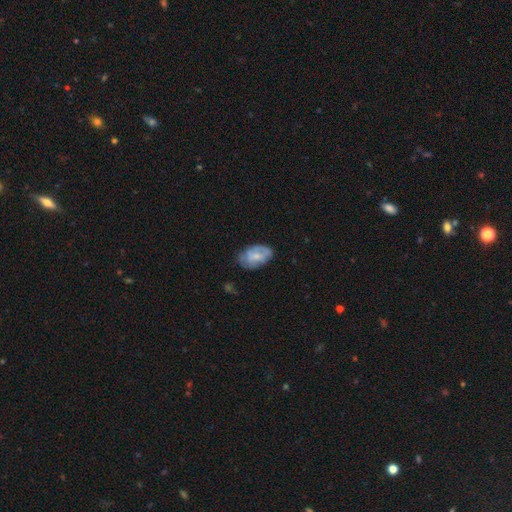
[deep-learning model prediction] Smooth or featured?
  - smooth: 54% *
  - featured or disk: 39%
  - star or artifact: 7%
How rounded?
  - in between: 89% *
  - round: 9%
  - cigar-shaped: 2%
Merging?
  - none: 60% *
  - minor disturbance: 29%
  - major disturbance: 10%
  - merger: 2%